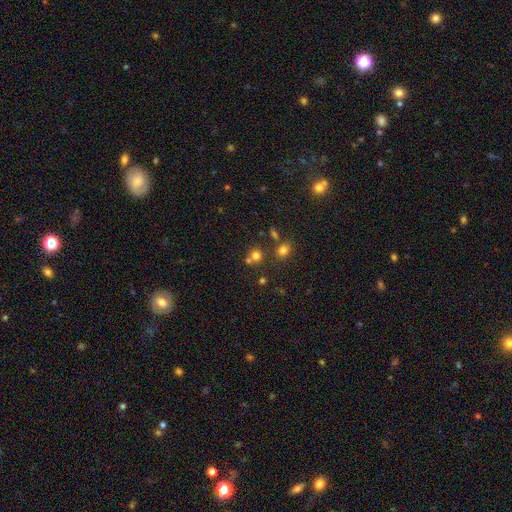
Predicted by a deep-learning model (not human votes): smooth_or_featured: smooth (p=0.70) [alt: star or artifact p=0.21]
how_rounded: round (p=0.85) [alt: in between p=0.14]
merging: none (p=0.62) [alt: merger p=0.26]